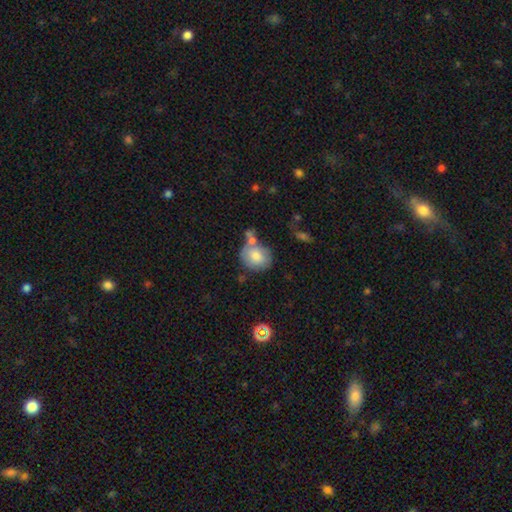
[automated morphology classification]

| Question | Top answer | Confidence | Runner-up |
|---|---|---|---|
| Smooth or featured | smooth | 76% | featured or disk (16%) |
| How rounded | round | 71% | in between (28%) |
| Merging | none | 48% | merger (25%) |